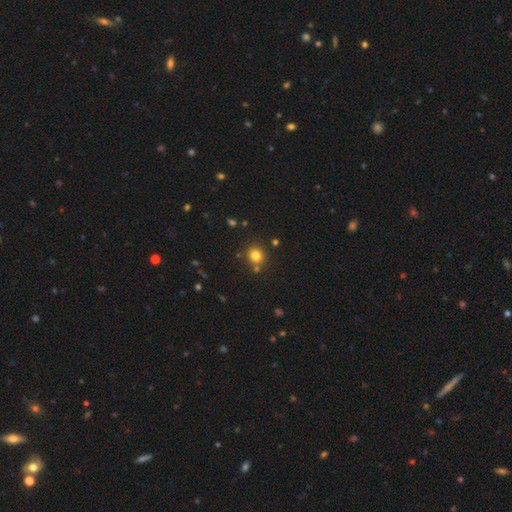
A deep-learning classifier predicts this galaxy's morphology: Overall: smooth (79%). How rounded: round (84%). Merging: none (80%).